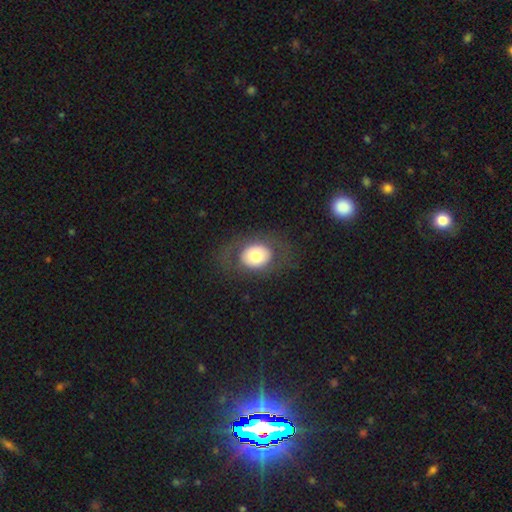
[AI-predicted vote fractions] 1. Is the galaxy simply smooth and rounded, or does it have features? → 65% smooth, 27% featured or disk, 8% star or artifact.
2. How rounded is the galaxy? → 58% in between, 41% round, 1% cigar-shaped.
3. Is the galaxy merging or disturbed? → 76% none, 13% minor disturbance, 11% major disturbance, 1% merger.